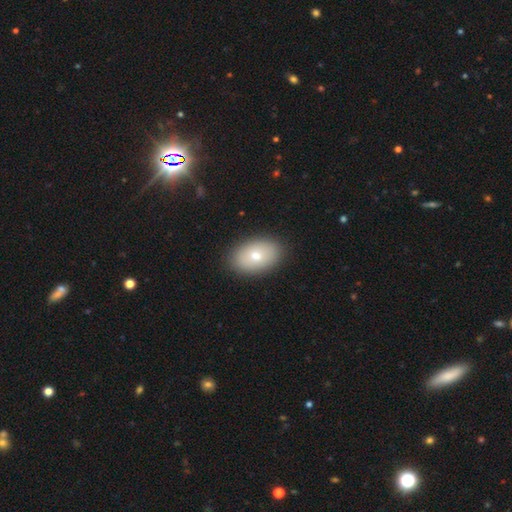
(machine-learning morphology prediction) Smooth or featured? smooth (75%)
How rounded? in between (89%)
Merging? none (88%)